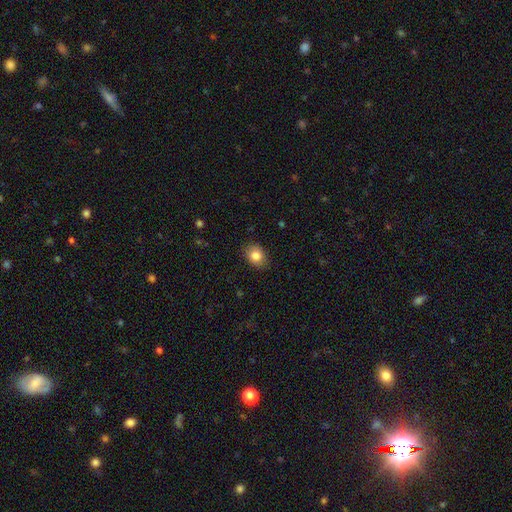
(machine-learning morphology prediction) smooth_or_featured: smooth (p=0.83) [alt: star or artifact p=0.09]
how_rounded: in between (p=0.61) [alt: round p=0.38]
merging: none (p=0.87) [alt: minor disturbance p=0.10]